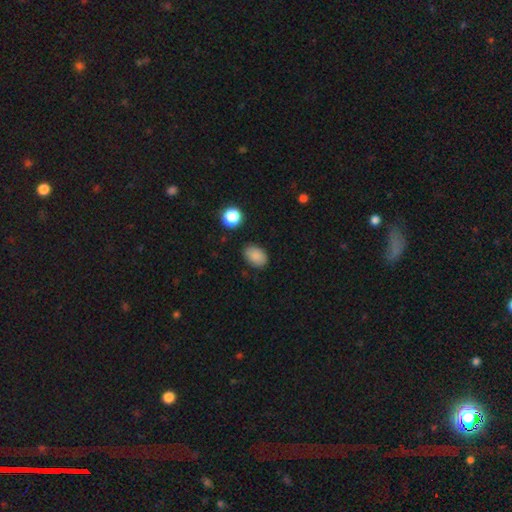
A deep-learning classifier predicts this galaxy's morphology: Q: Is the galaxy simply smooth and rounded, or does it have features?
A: smooth — 87%.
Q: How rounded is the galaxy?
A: in between — 83%.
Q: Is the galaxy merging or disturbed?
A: none — 84%.